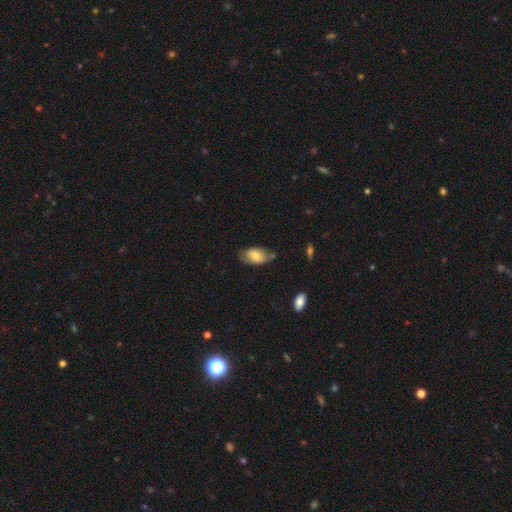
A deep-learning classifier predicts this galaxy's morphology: Smooth or featured?
  - smooth: 68% *
  - featured or disk: 25%
  - star or artifact: 7%
How rounded?
  - in between: 92% *
  - round: 5%
  - cigar-shaped: 2%
Merging?
  - none: 52% *
  - minor disturbance: 33%
  - major disturbance: 9%
  - merger: 5%